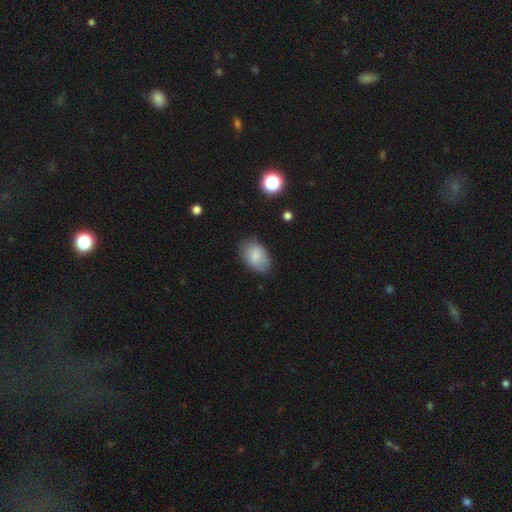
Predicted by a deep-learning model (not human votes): A smooth galaxy with no disk features (80%) that is in between round and cigar-shaped (90%).

Vote fractions:
- Smooth or featured? smooth: 80% / featured or disk: 13% / star or artifact: 7%
- How rounded? in between: 90% / round: 9% / cigar-shaped: 1%
- Merging? none: 75% / minor disturbance: 19% / major disturbance: 4% / merger: 1%